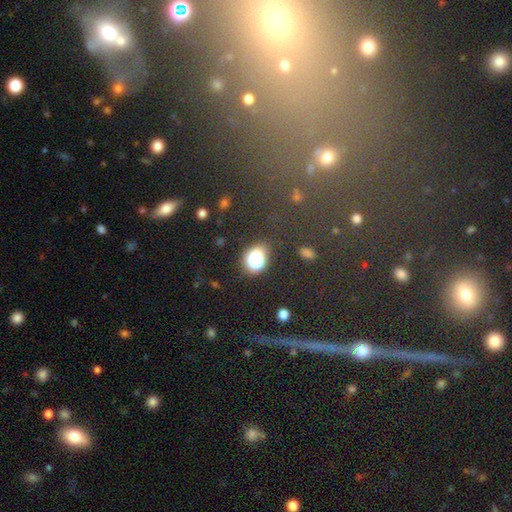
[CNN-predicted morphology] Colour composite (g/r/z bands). It shows a smooth galaxy with no disk features (53%) that is round (65%). Merging: none (72%).